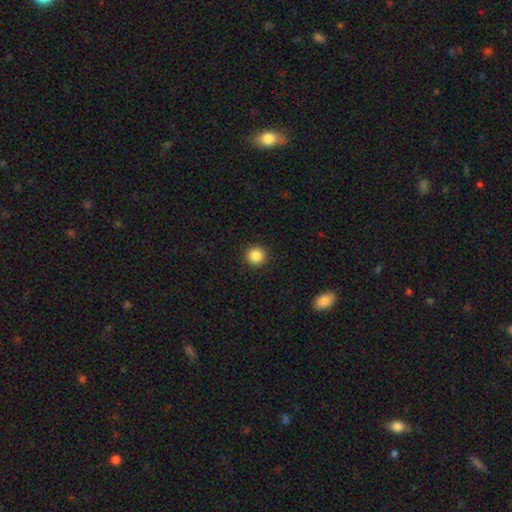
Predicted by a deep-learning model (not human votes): Overall: smooth (87%). How rounded: round (95%). Merging: none (93%).